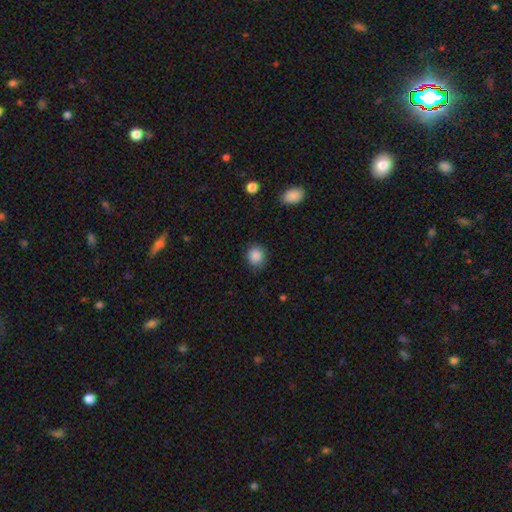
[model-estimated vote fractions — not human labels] Smooth or featured?
  - smooth: 87% *
  - star or artifact: 9%
  - featured or disk: 4%
How rounded?
  - round: 80% *
  - in between: 20%
  - cigar-shaped: 1%
Merging?
  - none: 84% *
  - minor disturbance: 12%
  - major disturbance: 3%
  - merger: 1%